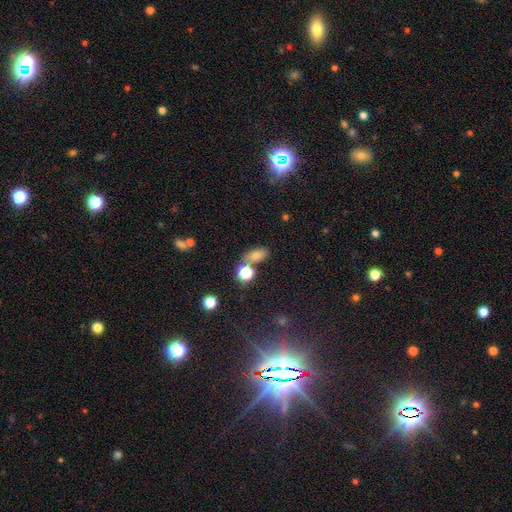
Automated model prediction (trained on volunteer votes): This is likely a smooth galaxy (70%). How rounded: likely in between (78%). Merging: likely none (67%).